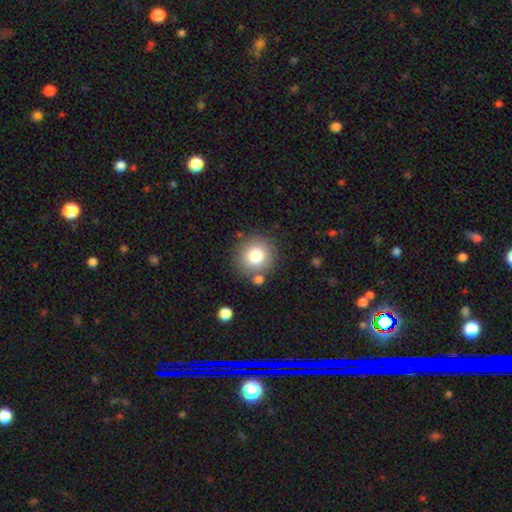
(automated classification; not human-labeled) This is likely a smooth galaxy (79%). How rounded: clearly round (93%). Merging: clearly none (81%).